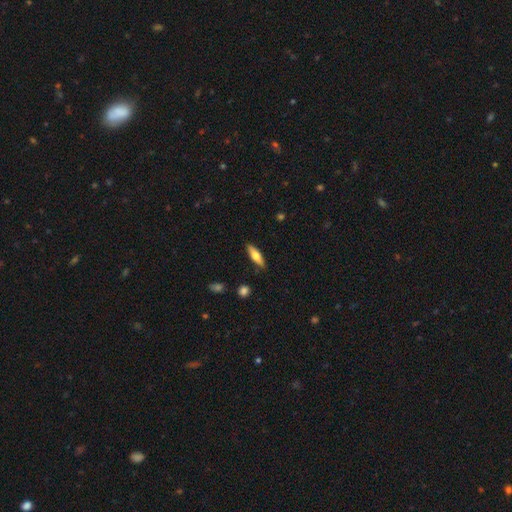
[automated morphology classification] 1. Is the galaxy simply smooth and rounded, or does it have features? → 62% smooth, 32% featured or disk, 6% star or artifact.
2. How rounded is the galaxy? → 50% cigar-shaped, 48% in between, 2% round.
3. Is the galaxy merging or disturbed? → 87% none, 10% minor disturbance, 2% major disturbance, 2% merger.